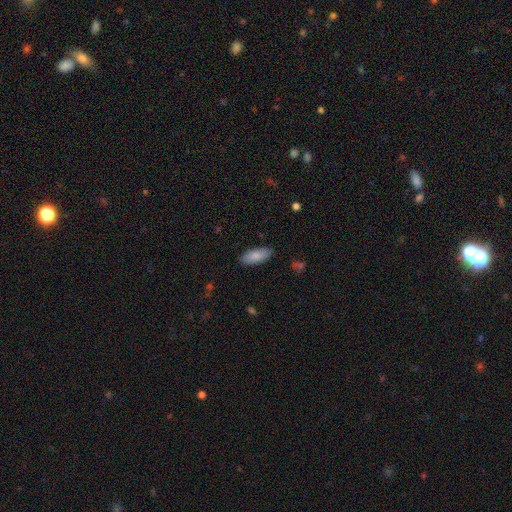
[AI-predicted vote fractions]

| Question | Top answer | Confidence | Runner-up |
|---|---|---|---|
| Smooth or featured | smooth | 86% | featured or disk (8%) |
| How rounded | in between | 79% | cigar-shaped (19%) |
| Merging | none | 87% | minor disturbance (10%) |